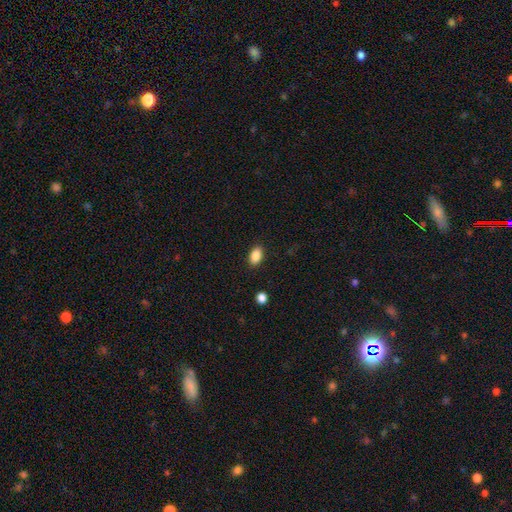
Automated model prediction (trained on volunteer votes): Smooth or featured? smooth (88%)
How rounded? in between (89%)
Merging? none (88%)